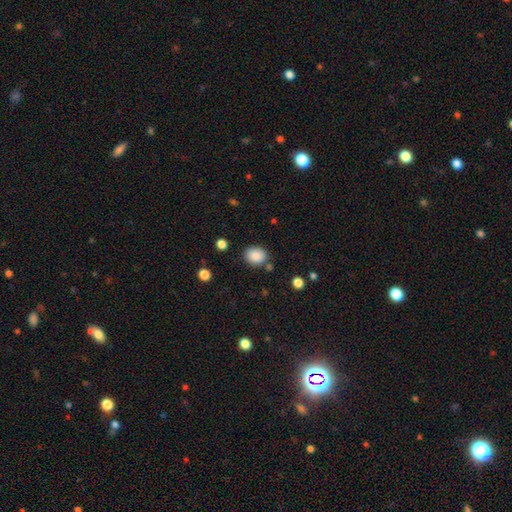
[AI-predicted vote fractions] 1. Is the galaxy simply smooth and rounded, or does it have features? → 87% smooth, 9% star or artifact, 4% featured or disk.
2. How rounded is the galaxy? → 54% round, 45% in between, 1% cigar-shaped.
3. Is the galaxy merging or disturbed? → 80% none, 12% minor disturbance, 5% merger, 3% major disturbance.